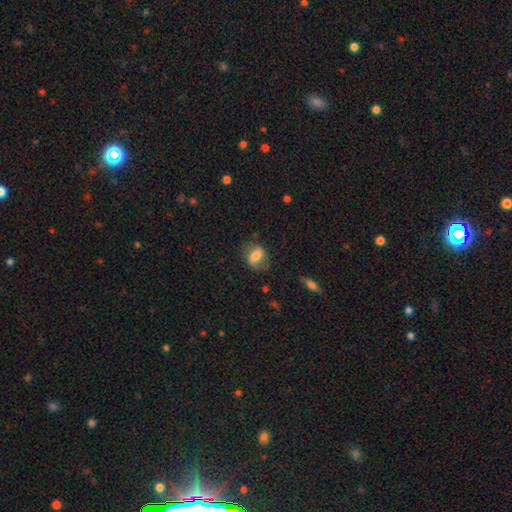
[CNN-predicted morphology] This appears to be a smooth galaxy with no disk features (63%) that is in between round and cigar-shaped (72%). Merging: none (64%).